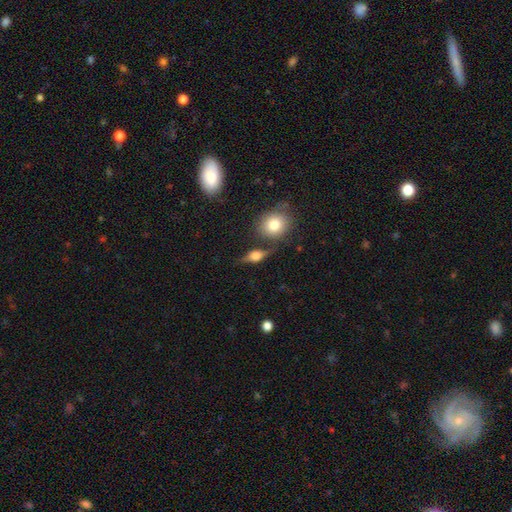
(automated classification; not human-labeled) smooth-or-featured: featured or disk: 54% | smooth: 36% | star or artifact: 10%
  disk-edge-on: yes: 90% | no: 10%
  merging: none: 74% | minor disturbance: 15% | merger: 6% | major disturbance: 5%